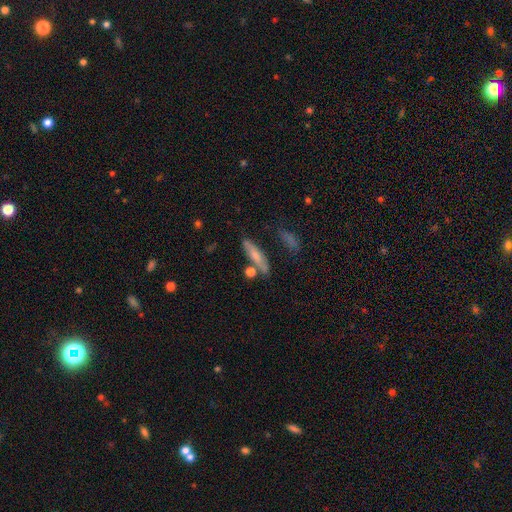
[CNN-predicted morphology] smooth 65%, featured or disk 27%, star or artifact 8%. Down the decision tree: how rounded — cigar-shaped (73%); merging — none (73%).